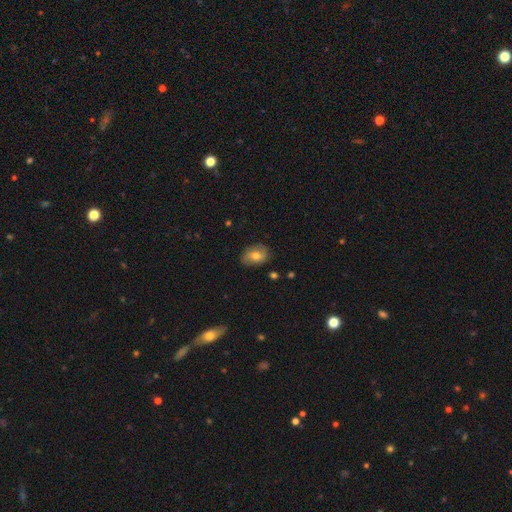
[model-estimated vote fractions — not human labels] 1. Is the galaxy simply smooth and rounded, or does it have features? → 67% smooth, 24% featured or disk, 9% star or artifact.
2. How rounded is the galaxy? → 75% in between, 23% round, 1% cigar-shaped.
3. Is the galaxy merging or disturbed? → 79% none, 16% minor disturbance, 4% major disturbance, 1% merger.